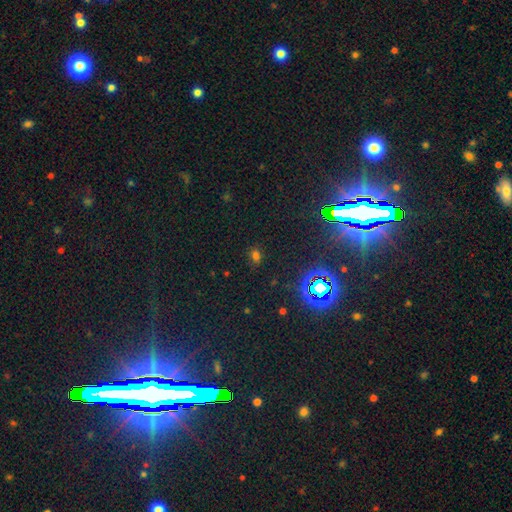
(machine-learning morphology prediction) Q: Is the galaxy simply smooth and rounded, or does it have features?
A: smooth — 54%.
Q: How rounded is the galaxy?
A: in between — 67%.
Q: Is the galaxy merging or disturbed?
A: none — 78%.